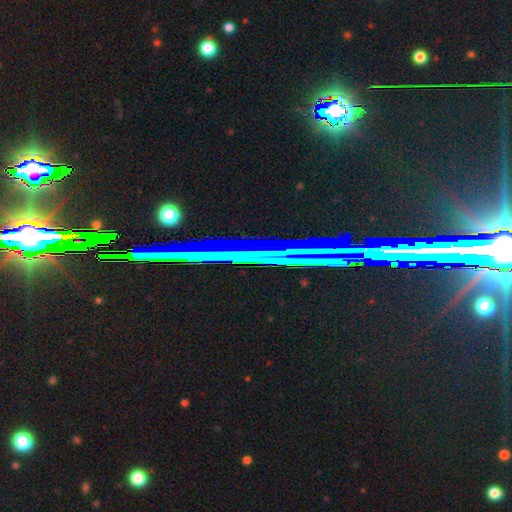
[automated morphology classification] Smooth or featured: star or artifact — 77% (featured or disk — 14%)